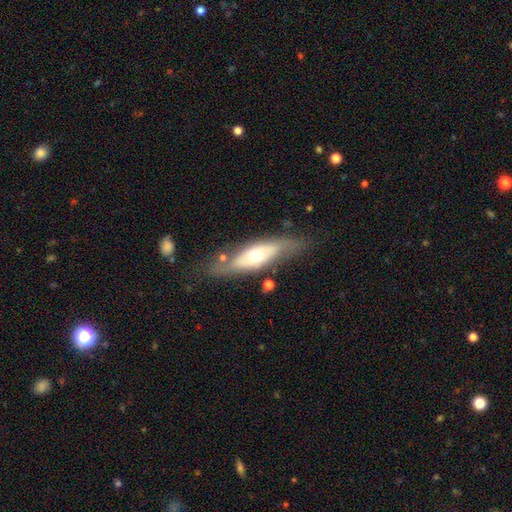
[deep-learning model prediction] smooth-or-featured: featured or disk: 54% | smooth: 40% | star or artifact: 6%
  disk-edge-on: no: 57% | yes: 43%
  merging: none: 67% | minor disturbance: 19% | major disturbance: 9% | merger: 4%